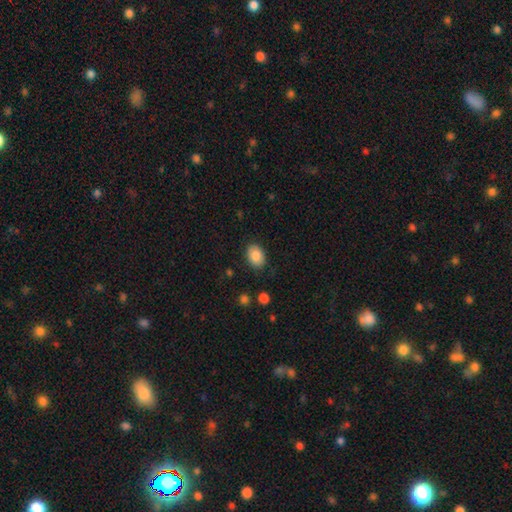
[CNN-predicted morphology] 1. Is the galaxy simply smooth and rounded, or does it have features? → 86% smooth, 7% star or artifact, 7% featured or disk.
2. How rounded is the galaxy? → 78% in between, 21% round, 1% cigar-shaped.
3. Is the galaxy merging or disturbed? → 86% none, 10% minor disturbance, 3% major disturbance, 1% merger.